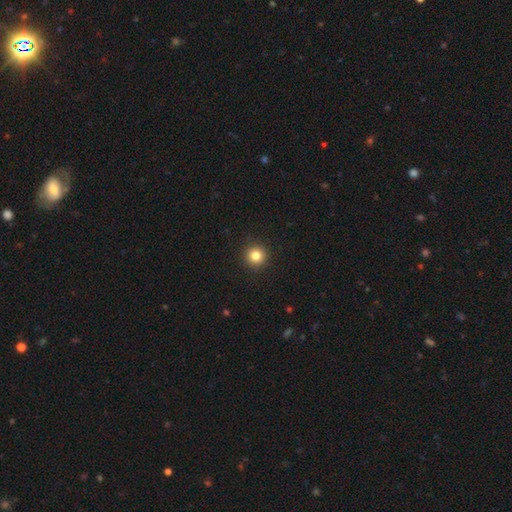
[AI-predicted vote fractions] Smooth or featured? smooth (82%)
How rounded? round (96%)
Merging? none (93%)